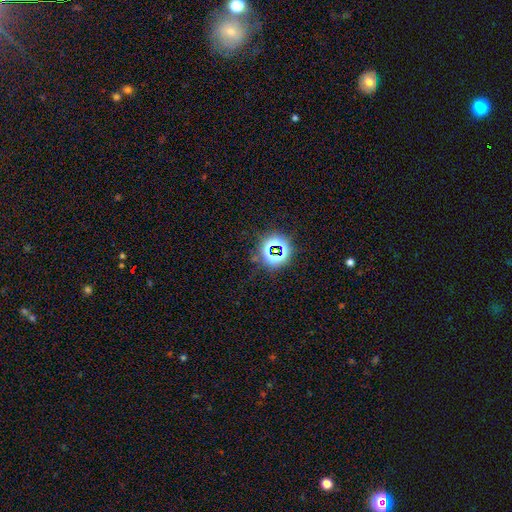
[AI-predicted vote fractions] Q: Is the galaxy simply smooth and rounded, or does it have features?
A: star or artifact — 77%.